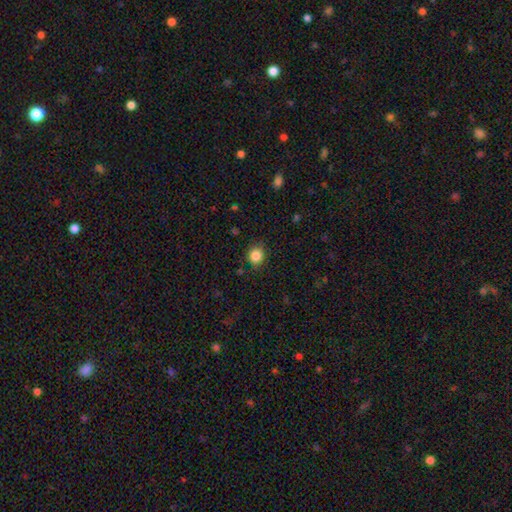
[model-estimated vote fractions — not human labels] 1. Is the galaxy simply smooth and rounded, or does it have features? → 85% smooth, 11% star or artifact, 4% featured or disk.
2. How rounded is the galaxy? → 83% round, 16% in between, 1% cigar-shaped.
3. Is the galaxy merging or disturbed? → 85% none, 11% minor disturbance, 3% major disturbance, 1% merger.